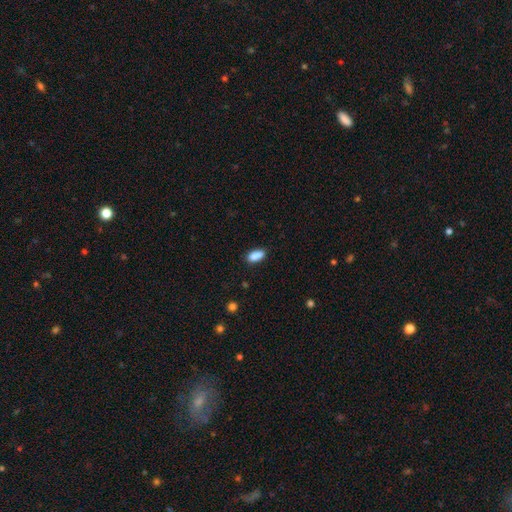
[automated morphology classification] Q: Smooth or featured?
A: smooth (85%); runner-up: star or artifact (8%)
Q: How rounded?
A: in between (83%); runner-up: cigar-shaped (14%)
Q: Merging?
A: none (70%); runner-up: minor disturbance (16%)